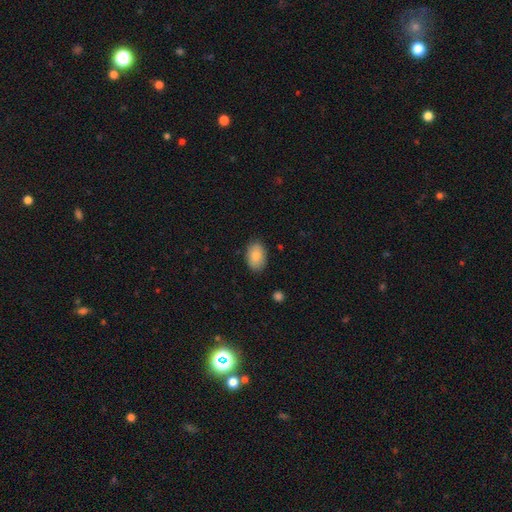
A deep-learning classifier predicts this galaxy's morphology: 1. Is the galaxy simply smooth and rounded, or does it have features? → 85% smooth, 8% featured or disk, 7% star or artifact.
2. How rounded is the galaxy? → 88% in between, 11% round, 1% cigar-shaped.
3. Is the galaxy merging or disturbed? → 85% none, 12% minor disturbance, 2% major disturbance, 1% merger.